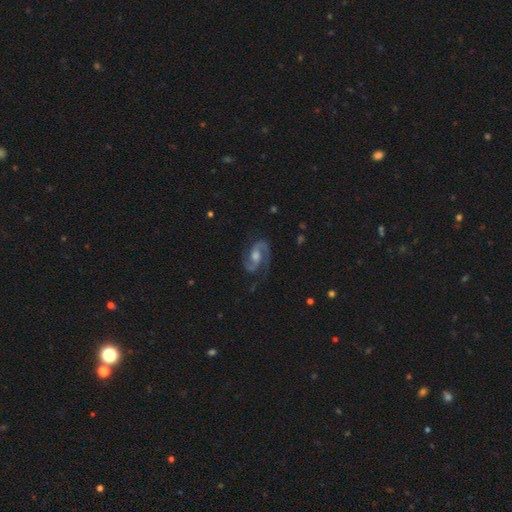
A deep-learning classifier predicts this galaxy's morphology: featured or disk 92%, star or artifact 4%, smooth 3%. Down the decision tree: edge-on disk — no (98%); bar — no (43%, tied with weak); spiral arms — yes (98%); spiral arm count — 2 (94%); spiral winding — medium (62%); bulge size — moderate (59%); merging — none (80%).